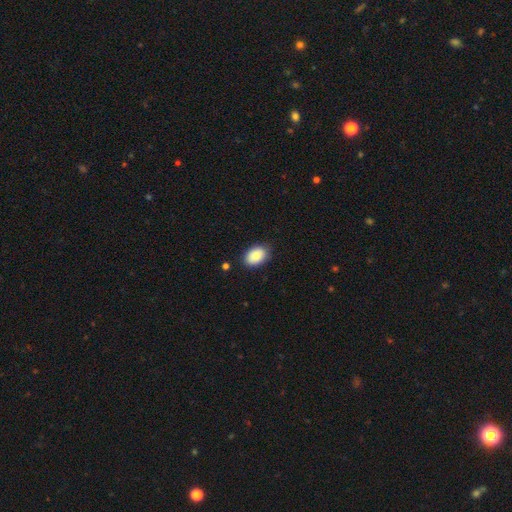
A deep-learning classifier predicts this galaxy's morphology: Smooth or featured? Predicted: smooth (p=0.87). How rounded? Predicted: in between (p=0.85). Merging? Predicted: none (p=0.84).